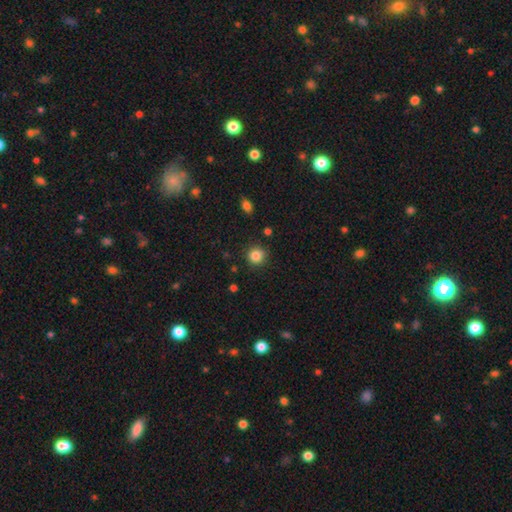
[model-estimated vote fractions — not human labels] Morphology: type=smooth (85%); roundness=round (92%); merging=none (89%).